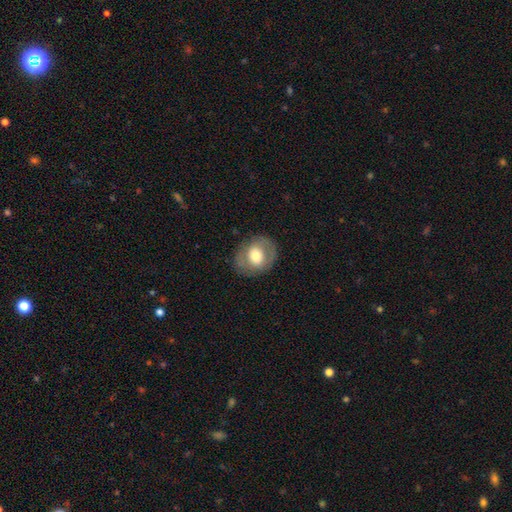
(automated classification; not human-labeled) A smooth galaxy with no disk features (55%) that is round (56%).

Vote fractions:
- Smooth or featured? smooth: 55% / featured or disk: 38% / star or artifact: 7%
- How rounded? round: 56% / in between: 43% / cigar-shaped: 1%
- Merging? none: 80% / minor disturbance: 13% / major disturbance: 6% / merger: 1%